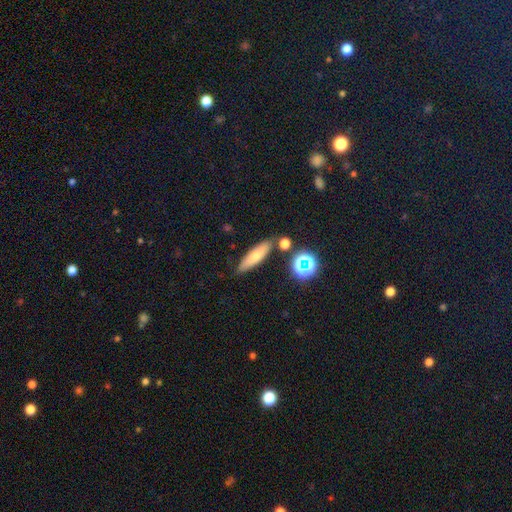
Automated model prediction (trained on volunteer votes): A smooth galaxy with no disk features (69%) that is cigar-shaped (67%). Merging: none (78%).